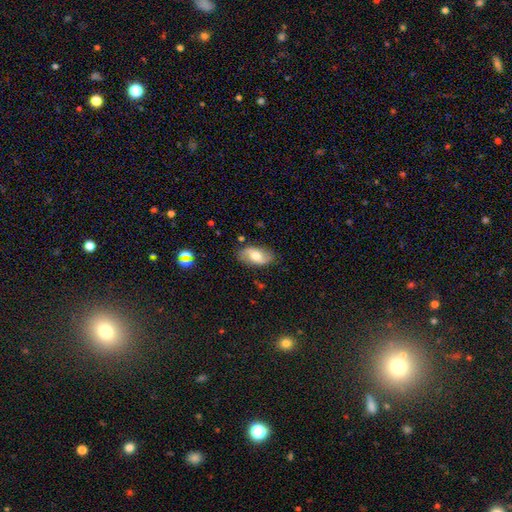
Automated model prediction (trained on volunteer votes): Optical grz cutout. It shows a smooth galaxy with no disk features (54%) that is in between round and cigar-shaped (92%). Merging: none (82%).